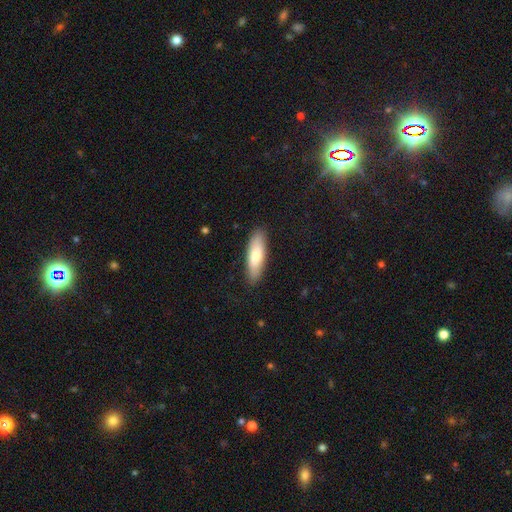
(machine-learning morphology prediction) smooth-or-featured: smooth: 75% | featured or disk: 19% | star or artifact: 5%
  how-rounded: cigar-shaped: 52% | in between: 47% | round: 2%
  merging: none: 87% | minor disturbance: 10% | major disturbance: 2% | merger: 1%